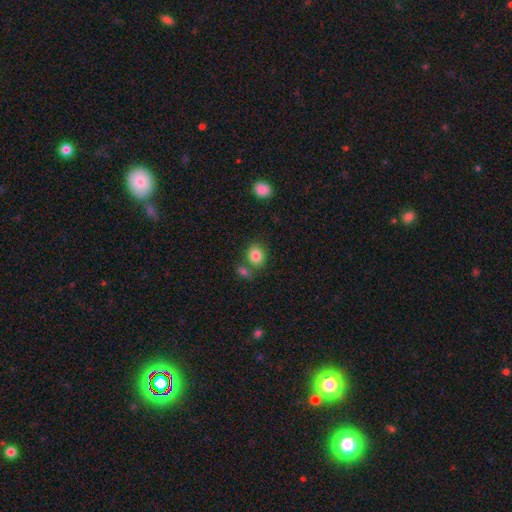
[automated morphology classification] Smooth or featured?
  - smooth: 84% *
  - star or artifact: 9%
  - featured or disk: 6%
How rounded?
  - round: 58% *
  - in between: 41%
  - cigar-shaped: 1%
Merging?
  - none: 68% *
  - merger: 16%
  - minor disturbance: 12%
  - major disturbance: 4%